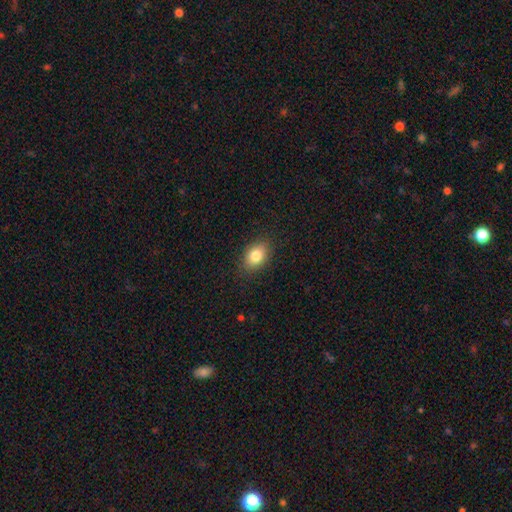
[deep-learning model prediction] The model was most divided on "how rounded": in between: 76%, round: 23%, cigar-shaped: 1%. More confident: merging — none (87%); smooth or featured — smooth (83%).